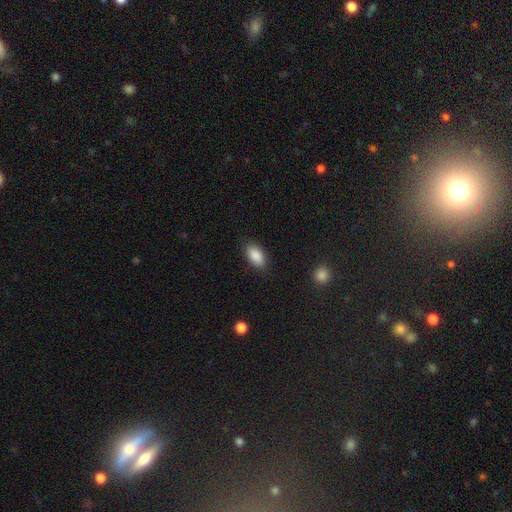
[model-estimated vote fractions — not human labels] Smooth or featured? smooth (89%)
How rounded? in between (93%)
Merging? none (86%)